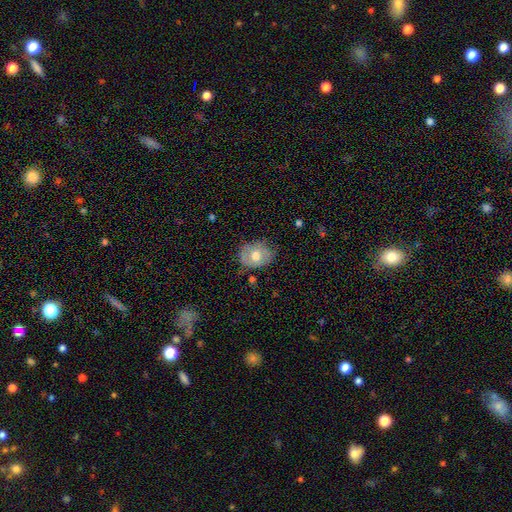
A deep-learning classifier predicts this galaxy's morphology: Overall: smooth (62%; featured or disk 31%). How rounded: in between (55%; round 44%). Merging: none (66%).